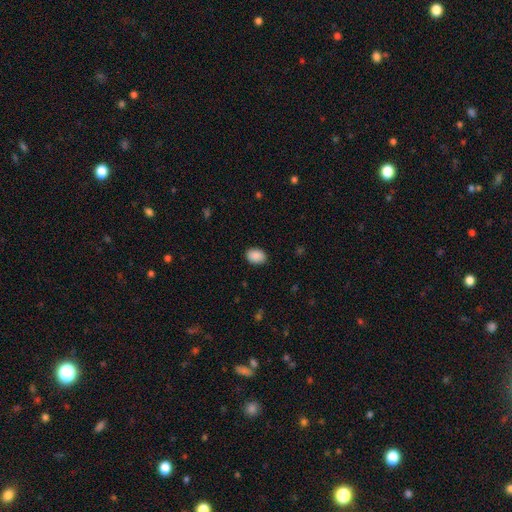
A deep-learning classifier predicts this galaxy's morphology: Smooth or featured? smooth (89%)
How rounded? in between (73%)
Merging? none (87%)